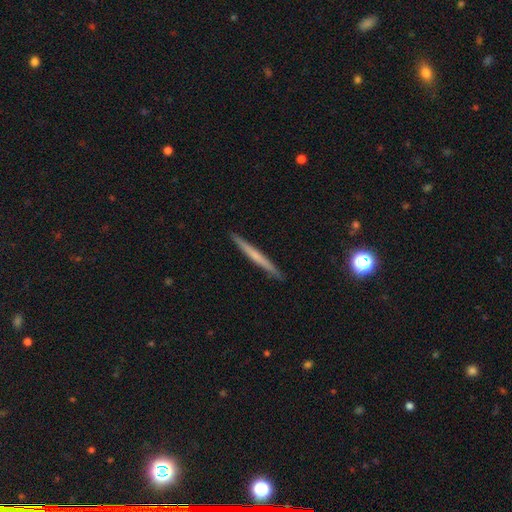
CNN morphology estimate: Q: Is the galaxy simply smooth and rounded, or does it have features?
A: smooth — 47%, tied with featured or disk.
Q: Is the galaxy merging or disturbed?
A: none — 92%.